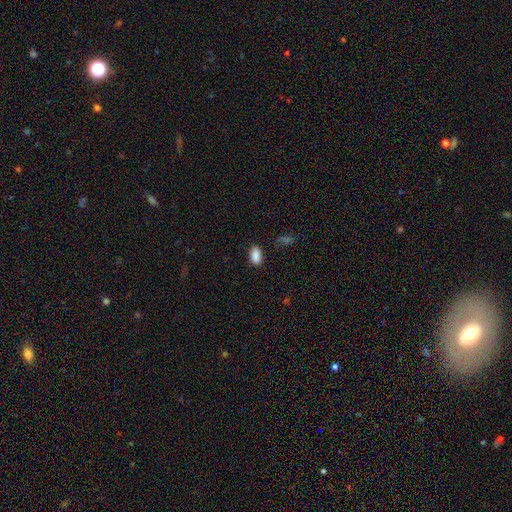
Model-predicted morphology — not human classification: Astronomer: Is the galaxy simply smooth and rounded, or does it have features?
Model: smooth — 88%.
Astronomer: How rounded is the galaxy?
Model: in between — 92%.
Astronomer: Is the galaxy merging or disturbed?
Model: none — 83%.